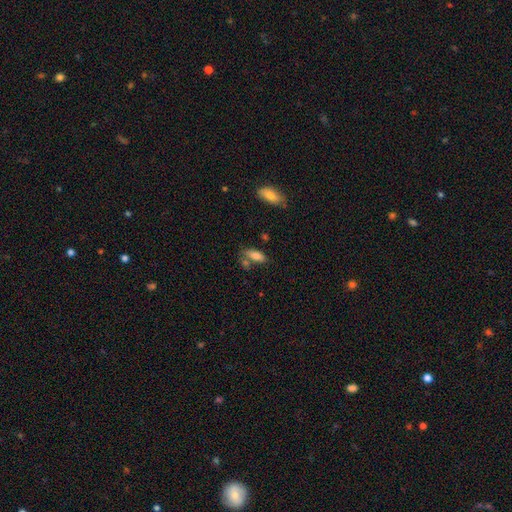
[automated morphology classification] This appears to be a smooth galaxy with no disk features (80%) that is in between round and cigar-shaped (77%). Merging: none (54%).